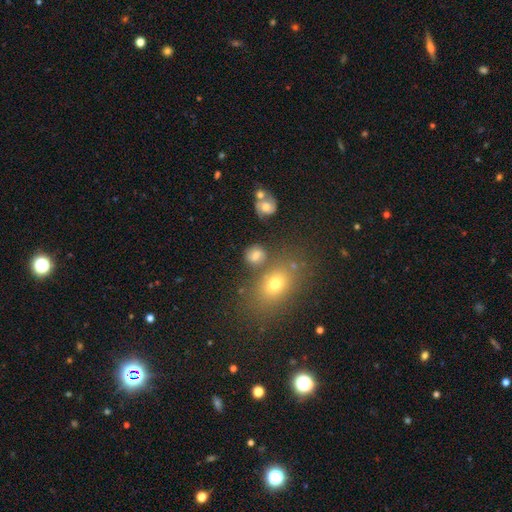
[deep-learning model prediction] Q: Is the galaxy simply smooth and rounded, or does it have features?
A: smooth — 75%.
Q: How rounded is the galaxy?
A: round — 67%.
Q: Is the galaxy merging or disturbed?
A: none — 68%.